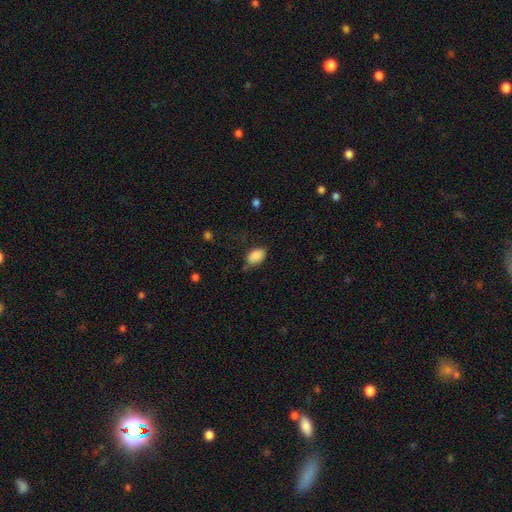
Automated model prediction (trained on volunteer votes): A smooth galaxy with no disk features (88%) that is in between round and cigar-shaped (89%). Merging: none (68%).